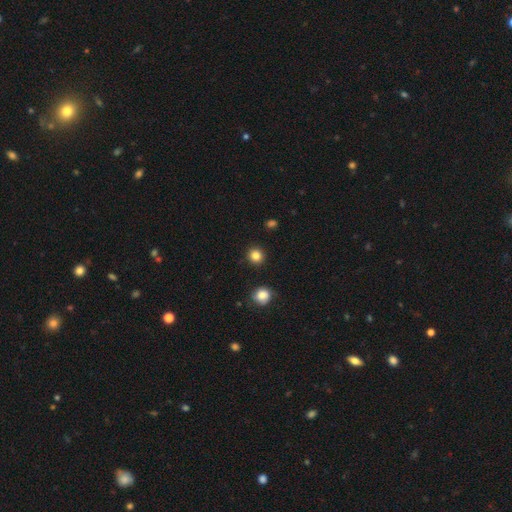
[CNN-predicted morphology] Overall: smooth (84%). How rounded: round (91%). Merging: none (91%).